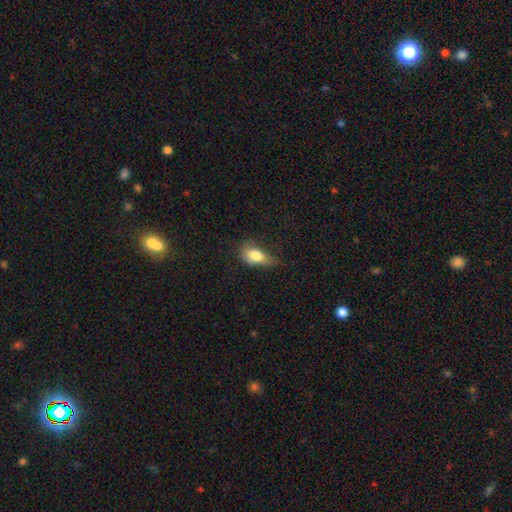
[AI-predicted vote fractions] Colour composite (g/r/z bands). It shows a smooth galaxy with no disk features (79%) that is in between round and cigar-shaped (84%). Merging: none (39%).